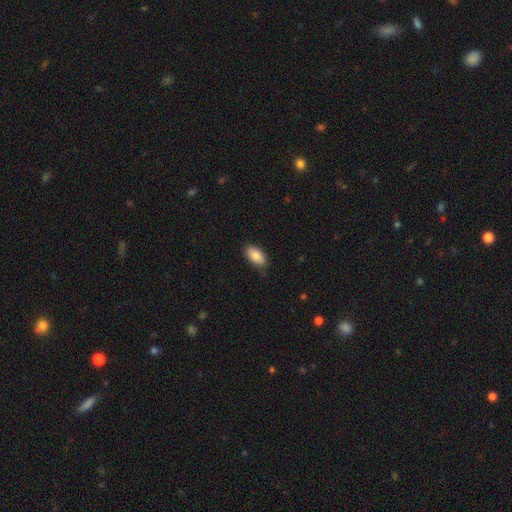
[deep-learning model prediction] Smooth or featured: smooth — 86% (featured or disk — 7%)
How rounded: in between — 93% (round — 4%)
Merging: none — 78% (minor disturbance — 18%)